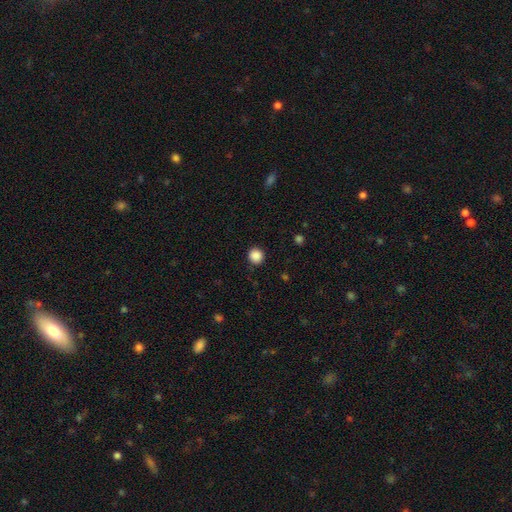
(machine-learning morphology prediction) The model was most divided on "smooth or featured": smooth: 88%, star or artifact: 10%, featured or disk: 2%. More confident: how rounded — round (92%); merging — none (90%).